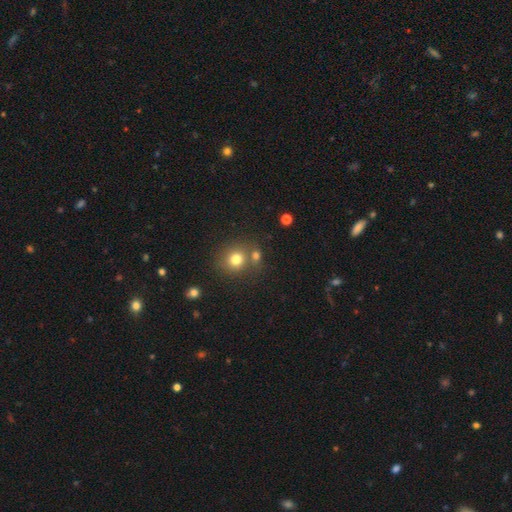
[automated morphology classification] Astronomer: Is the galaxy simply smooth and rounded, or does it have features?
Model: smooth — 75%.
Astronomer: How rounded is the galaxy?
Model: round — 78%.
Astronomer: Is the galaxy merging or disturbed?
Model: none — 58%.